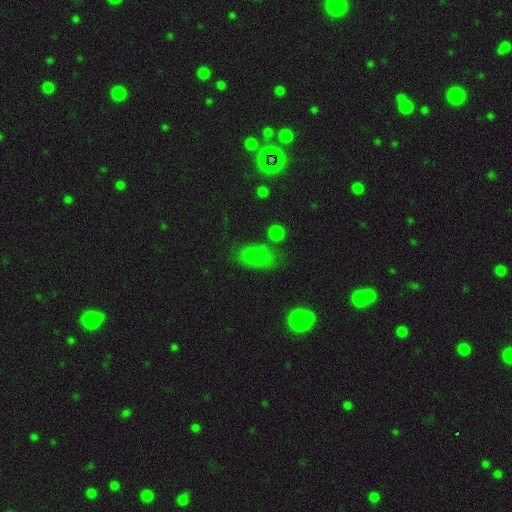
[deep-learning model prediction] The model was most divided on "merging": none: 59%, minor disturbance: 24%, major disturbance: 10%, merger: 7%. More confident: how rounded — in between (88%); smooth or featured — smooth (76%).